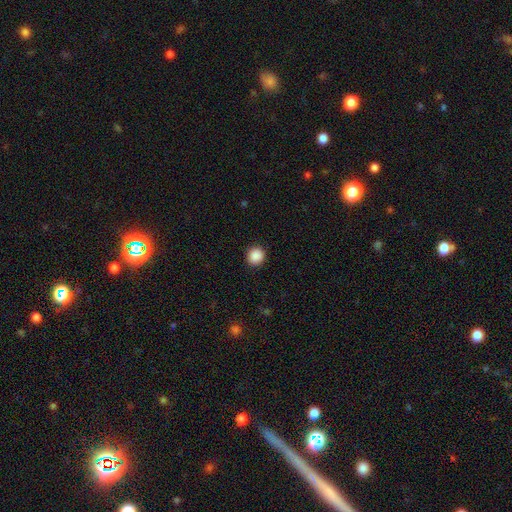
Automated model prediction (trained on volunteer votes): A smooth galaxy with no disk features (89%) that is round (92%).

Vote fractions:
- Smooth or featured? smooth: 89% / star or artifact: 9% / featured or disk: 2%
- How rounded? round: 92% / in between: 7% / cigar-shaped: 1%
- Merging? none: 91% / minor disturbance: 6% / major disturbance: 2% / merger: 1%